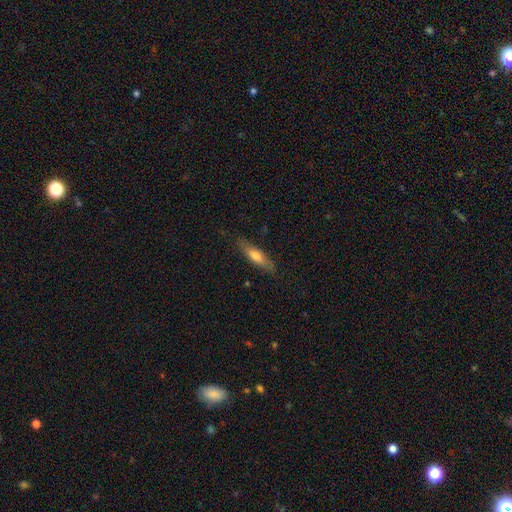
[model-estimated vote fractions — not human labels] Smooth or featured? Predicted: smooth (p=0.62). How rounded? Predicted: cigar-shaped (p=0.66). Merging? Predicted: none (p=0.82).